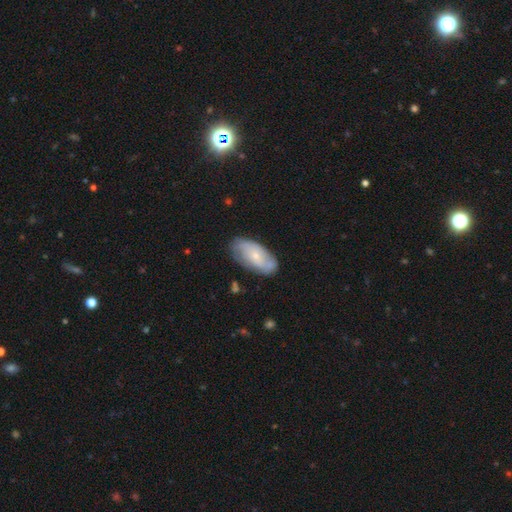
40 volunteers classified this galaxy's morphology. A smooth galaxy with no disk features (57%) that is in between round and cigar-shaped (100%).

Vote fractions:
- Smooth or featured? smooth: 57% / featured or disk: 38% / star or artifact: 5%
- How rounded? in between: 100% / round: 0% / cigar-shaped: 0%
- Merging? none: 66% / minor disturbance: 24% / major disturbance: 8% / merger: 3%